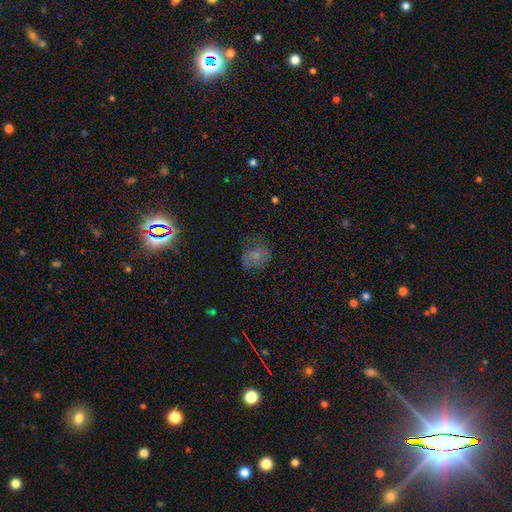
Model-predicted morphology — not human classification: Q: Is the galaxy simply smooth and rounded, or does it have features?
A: smooth — 55%.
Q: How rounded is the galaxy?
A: round — 52%.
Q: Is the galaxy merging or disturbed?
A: none — 55%.